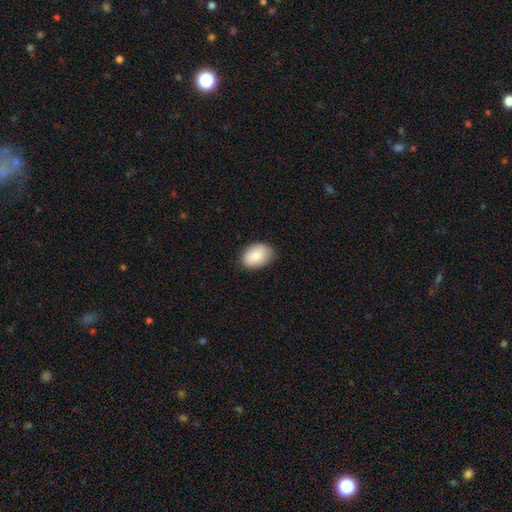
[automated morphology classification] Smooth or featured?
  - smooth: 82% *
  - featured or disk: 11%
  - star or artifact: 7%
How rounded?
  - in between: 81% *
  - round: 18%
  - cigar-shaped: 1%
Merging?
  - none: 85% *
  - minor disturbance: 12%
  - major disturbance: 2%
  - merger: 1%